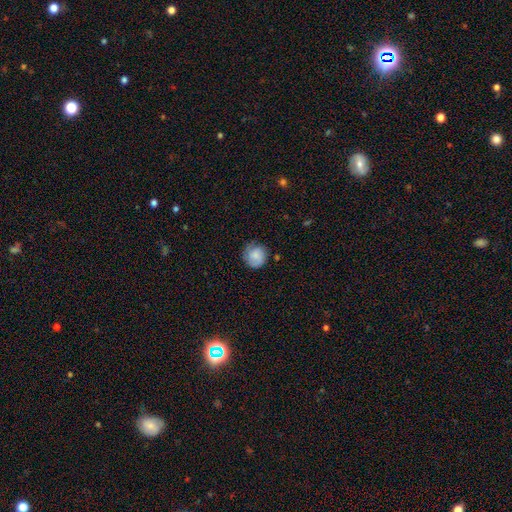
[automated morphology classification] type=smooth (70%); roundness=round (89%); merging=none (68%).